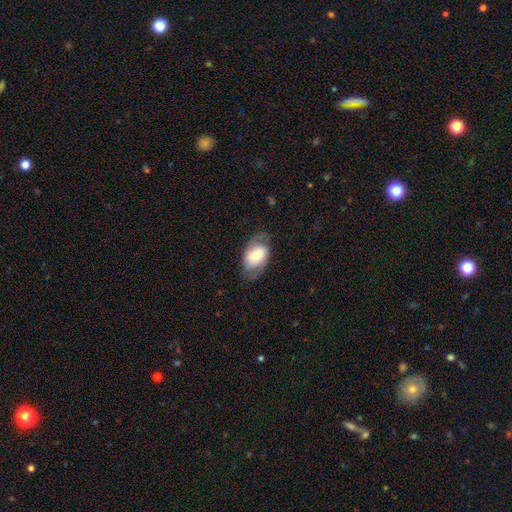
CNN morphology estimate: smooth_or_featured: featured or disk (p=0.47) [alt: smooth p=0.46]
merging: none (p=0.67) [alt: minor disturbance p=0.21]